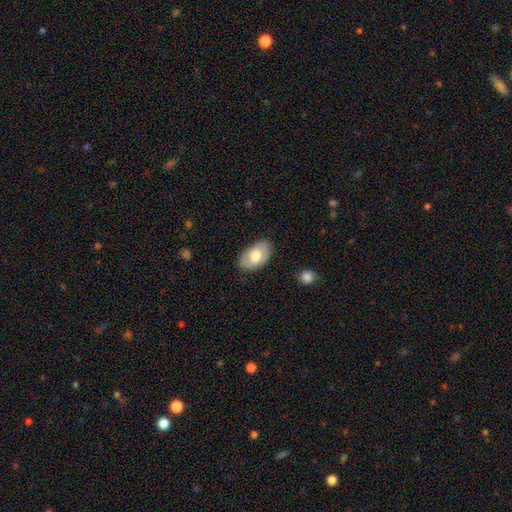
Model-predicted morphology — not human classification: Overall: smooth (61%; featured or disk 33%). How rounded: in between (94%). Merging: none (82%).